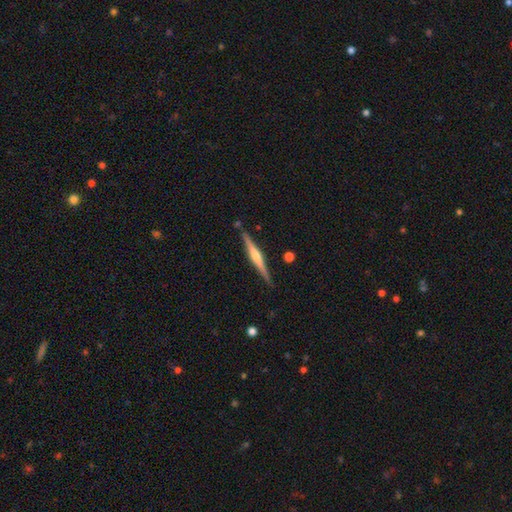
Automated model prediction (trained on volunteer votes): Smooth or featured: featured or disk — 71% (smooth — 24%)
Edge-on disk: yes — 98% (no — 2%)
Edge-on bulge: rounded — 75% (boxy — 13%)
Merging: none — 88% (minor disturbance — 8%)